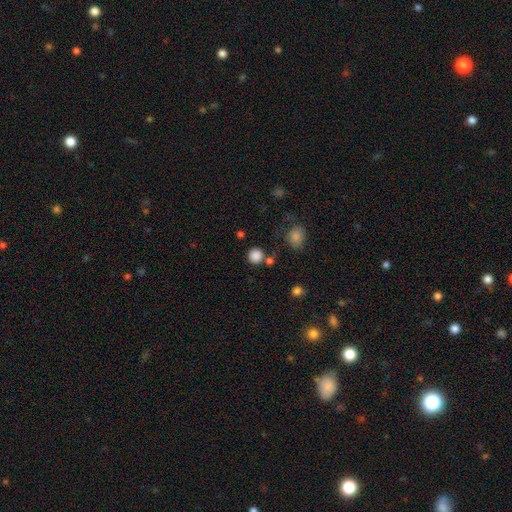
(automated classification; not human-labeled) Smooth or featured?
  - smooth: 84% *
  - star or artifact: 12%
  - featured or disk: 4%
How rounded?
  - round: 93% *
  - in between: 6%
  - cigar-shaped: 1%
Merging?
  - none: 78% *
  - merger: 9%
  - minor disturbance: 9%
  - major disturbance: 4%